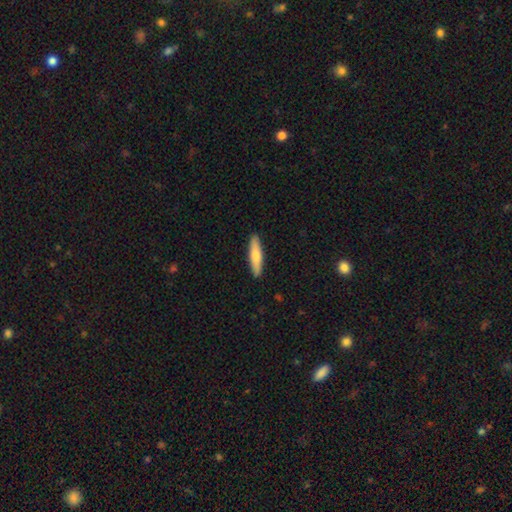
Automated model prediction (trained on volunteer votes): smooth_or_featured: smooth (p=0.75) [alt: featured or disk p=0.20]
how_rounded: cigar-shaped (p=0.81) [alt: in between p=0.18]
merging: none (p=0.91) [alt: minor disturbance p=0.07]